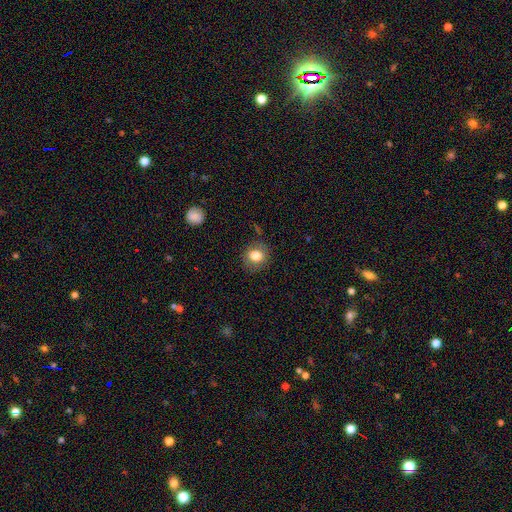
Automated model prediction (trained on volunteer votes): smooth-or-featured: smooth: 81% | star or artifact: 10% | featured or disk: 9%
  how-rounded: round: 76% | in between: 23% | cigar-shaped: 1%
  merging: none: 82% | minor disturbance: 12% | major disturbance: 4% | merger: 2%